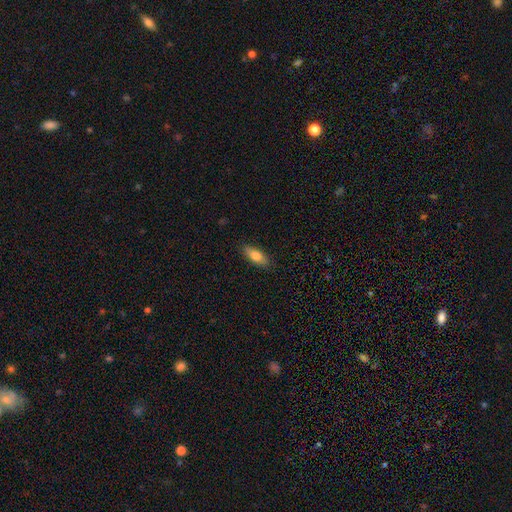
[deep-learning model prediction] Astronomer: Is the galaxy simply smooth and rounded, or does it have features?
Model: smooth — 78%.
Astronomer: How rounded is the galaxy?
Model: in between — 77%.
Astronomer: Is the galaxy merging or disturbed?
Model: none — 86%.